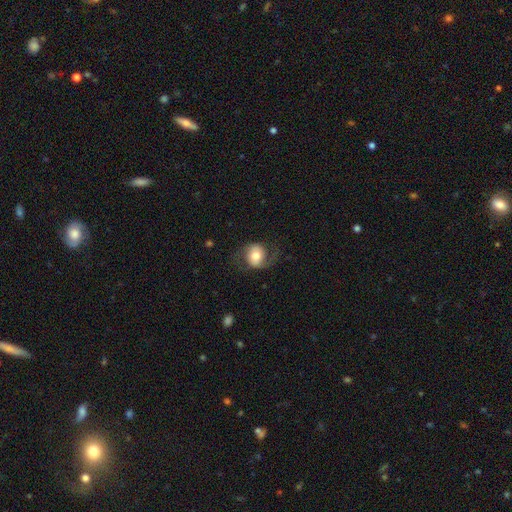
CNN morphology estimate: type=featured or disk (48%); merging=none (64%).